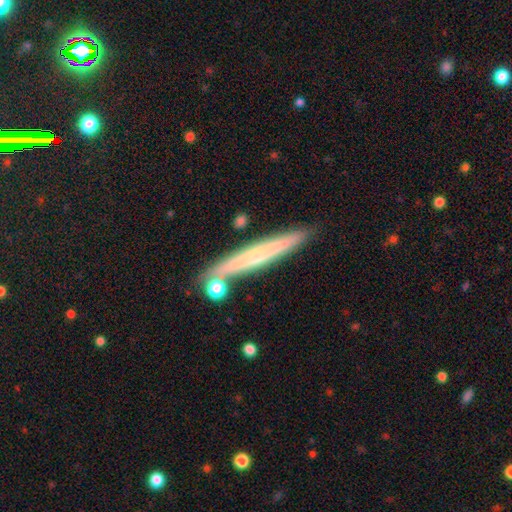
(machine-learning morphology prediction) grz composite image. It shows a featured or disk galaxy (52%) viewed edge-on (93%). Merging: none (83%).